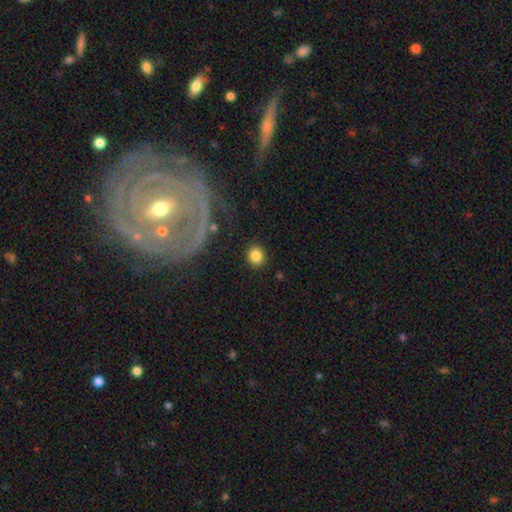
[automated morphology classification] Overall: smooth (84%). How rounded: round (85%). Merging: none (88%).